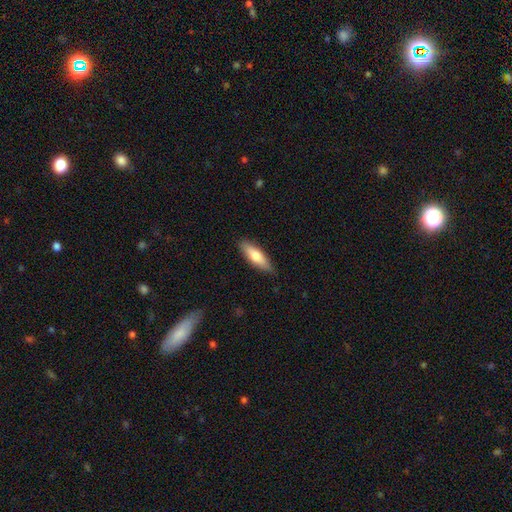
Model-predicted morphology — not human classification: Smooth or featured? Predicted: smooth (p=0.69). How rounded? Predicted: cigar-shaped (p=0.55). Merging? Predicted: none (p=0.87).